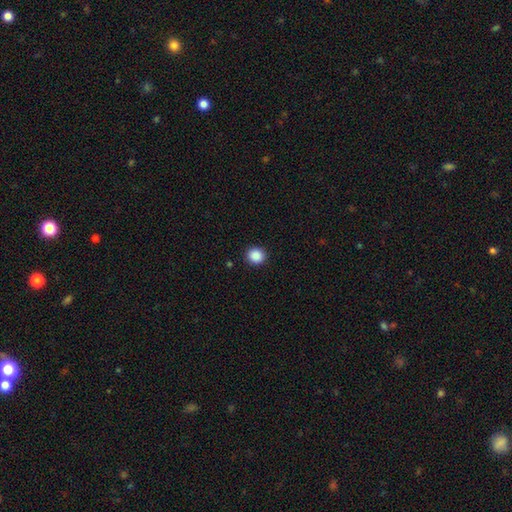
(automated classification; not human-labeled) smooth-or-featured: smooth: 89% | star or artifact: 9% | featured or disk: 2%
  how-rounded: round: 88% | in between: 11% | cigar-shaped: 1%
  merging: none: 91% | minor disturbance: 6% | major disturbance: 2% | merger: 1%